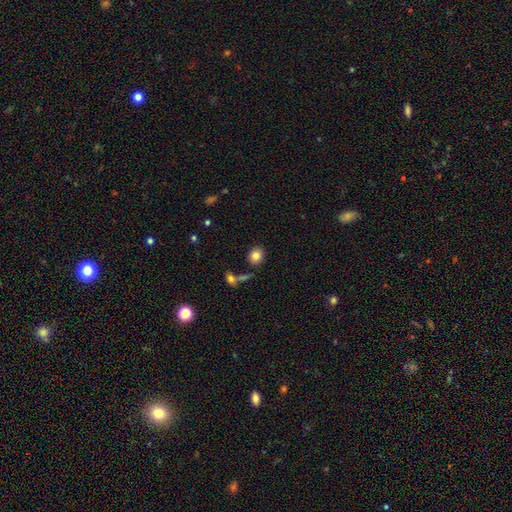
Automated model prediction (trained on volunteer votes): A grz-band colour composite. It shows a smooth galaxy with no disk features (83%) that is round (60%). Merging: none (79%).